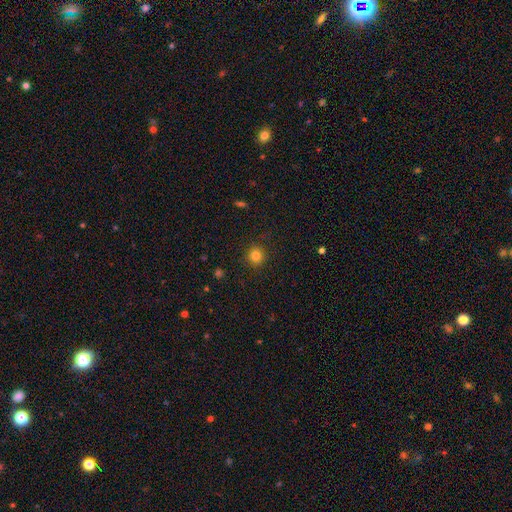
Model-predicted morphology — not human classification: smooth-or-featured: smooth: 82% | star or artifact: 13% | featured or disk: 5%
  how-rounded: round: 91% | in between: 8% | cigar-shaped: 1%
  merging: none: 90% | minor disturbance: 7% | major disturbance: 2% | merger: 1%